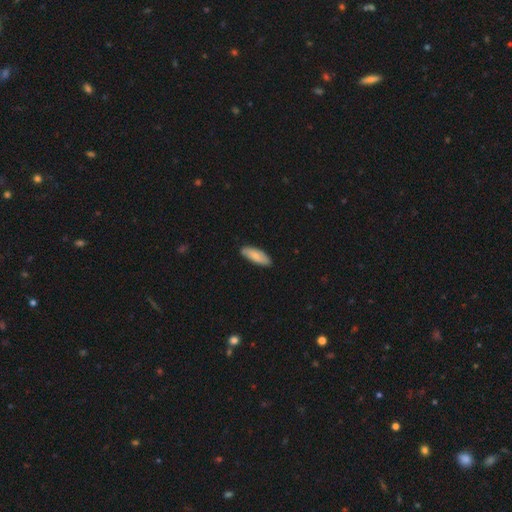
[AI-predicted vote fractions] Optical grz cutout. It shows a smooth galaxy with no disk features (77%) that is in between round and cigar-shaped (64%). Merging: none (83%).